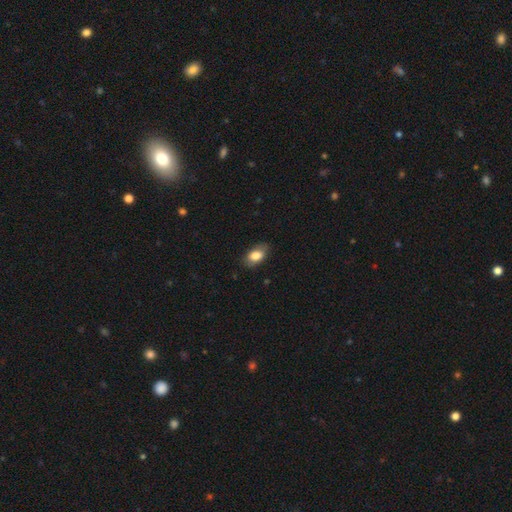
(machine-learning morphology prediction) Smooth or featured: smooth — 82% (featured or disk — 11%)
How rounded: in between — 90% (round — 7%)
Merging: none — 79% (minor disturbance — 16%)